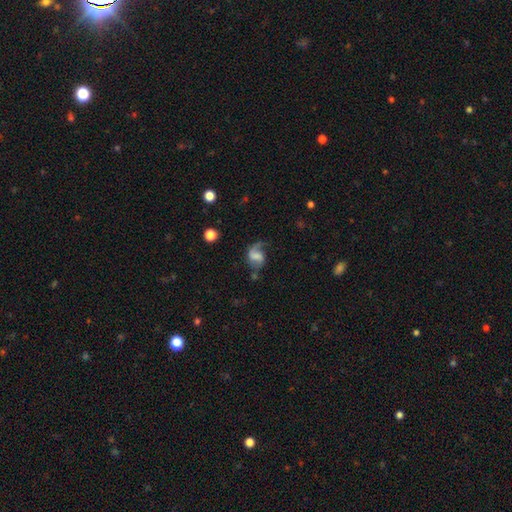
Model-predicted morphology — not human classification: Smooth or featured: featured or disk — 61% (smooth — 29%)
Edge-on disk: no — 97% (yes — 3%)
Bar: weak — 45% (no — 33%)
Spiral arms: yes — 89% (no — 11%)
Spiral winding: loose — 55% (medium — 34%)
Spiral arm count: 2 — 56% (1 — 38%)
Bulge size: none — 38% (small — 22%)
Merging: none — 43% (major disturbance — 28%)